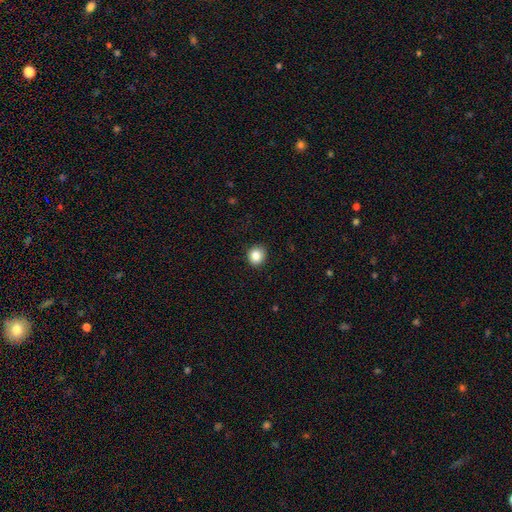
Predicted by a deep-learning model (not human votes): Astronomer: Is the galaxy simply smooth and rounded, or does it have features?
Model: smooth — 85%.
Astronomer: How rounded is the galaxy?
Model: round — 83%.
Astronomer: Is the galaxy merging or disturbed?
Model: none — 90%.